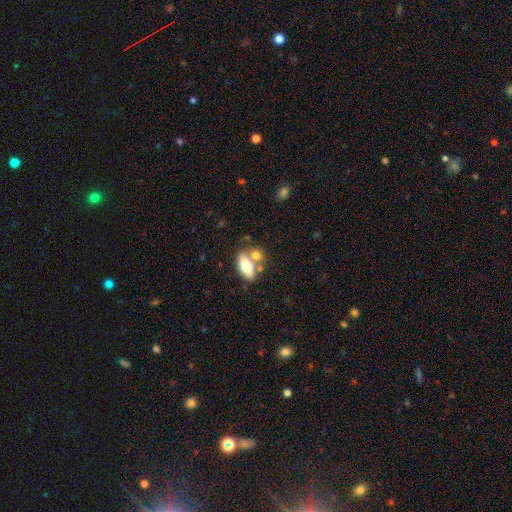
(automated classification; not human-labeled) This appears to be a smooth galaxy with no disk features (73%) that is in between round and cigar-shaped (78%). Merging: none (46%).